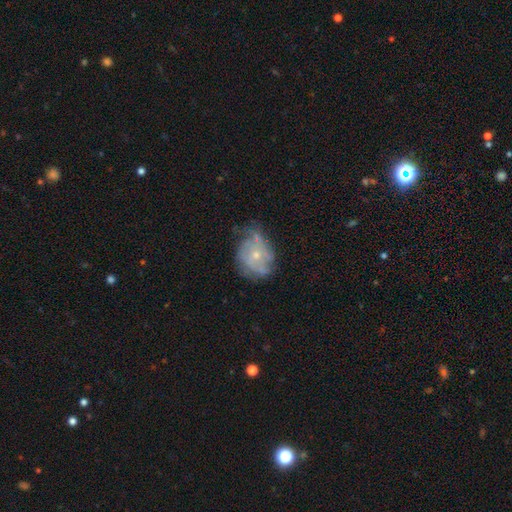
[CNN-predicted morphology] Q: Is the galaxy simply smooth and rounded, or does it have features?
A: featured or disk — 59%.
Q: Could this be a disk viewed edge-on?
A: no — 97%.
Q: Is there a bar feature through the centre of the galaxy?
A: no — 86%.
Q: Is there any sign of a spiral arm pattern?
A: yes — 59%.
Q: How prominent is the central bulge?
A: small — 62%.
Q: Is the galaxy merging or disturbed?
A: none — 44%.